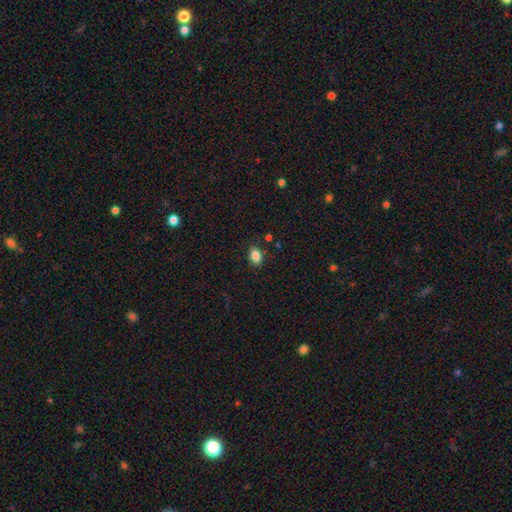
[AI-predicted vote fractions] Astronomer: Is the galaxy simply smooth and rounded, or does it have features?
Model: smooth — 85%.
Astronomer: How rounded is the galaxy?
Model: in between — 79%.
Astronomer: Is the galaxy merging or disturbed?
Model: none — 83%.